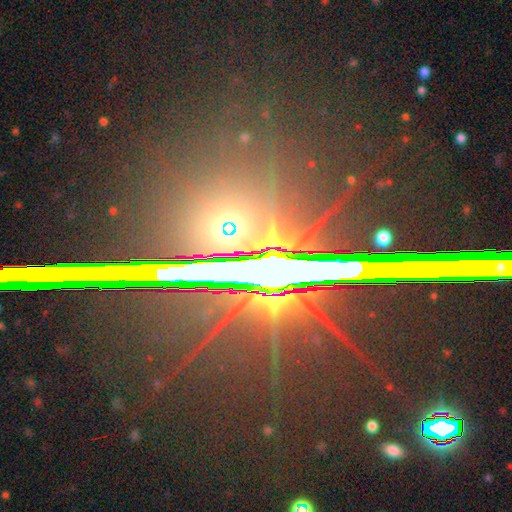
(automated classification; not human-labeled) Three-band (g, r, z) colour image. It shows a star or artifact, not a galaxy (71%).